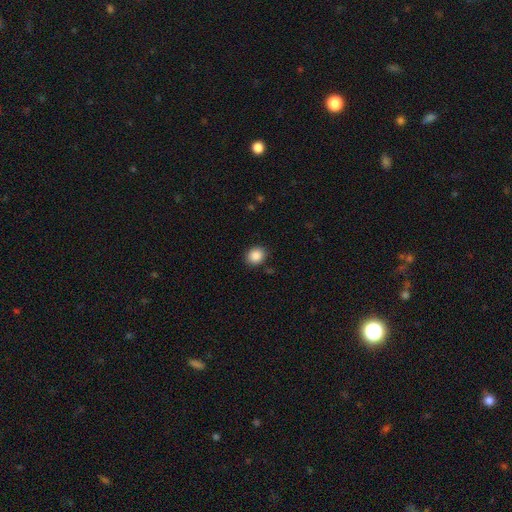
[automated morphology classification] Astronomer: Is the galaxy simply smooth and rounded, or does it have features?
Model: smooth — 88%.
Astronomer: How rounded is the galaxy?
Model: round — 68%.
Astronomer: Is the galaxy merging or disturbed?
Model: none — 87%.